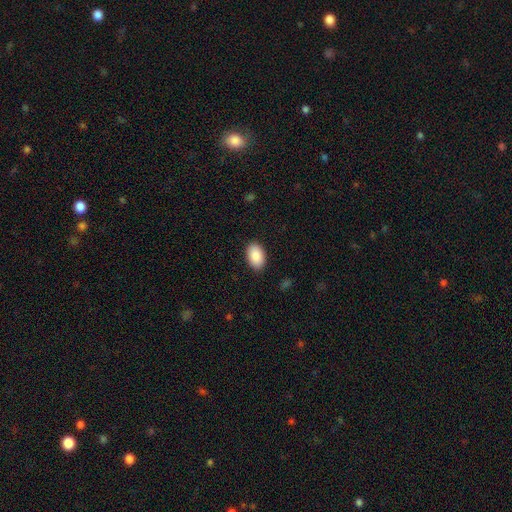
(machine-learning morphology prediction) Overall: smooth (88%). How rounded: in between (92%). Merging: none (89%).